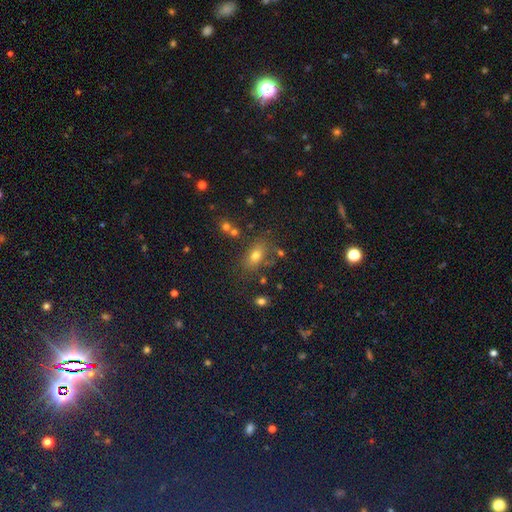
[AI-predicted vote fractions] Morphology: type=smooth (68%); roundness=in between (78%); merging=none (72%).